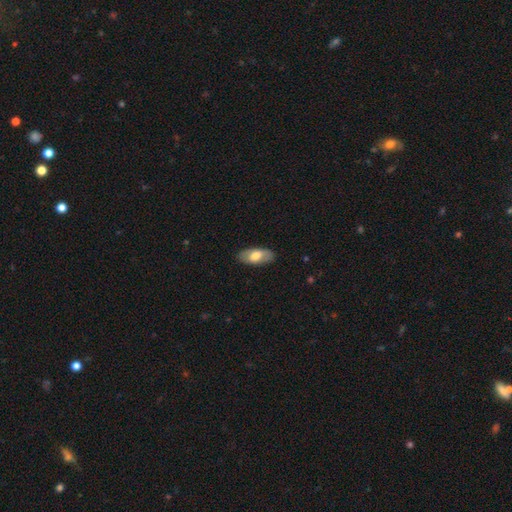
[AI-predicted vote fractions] Q: Smooth or featured?
A: smooth (68%); runner-up: featured or disk (27%)
Q: How rounded?
A: in between (90%); runner-up: cigar-shaped (7%)
Q: Merging?
A: none (86%); runner-up: minor disturbance (11%)